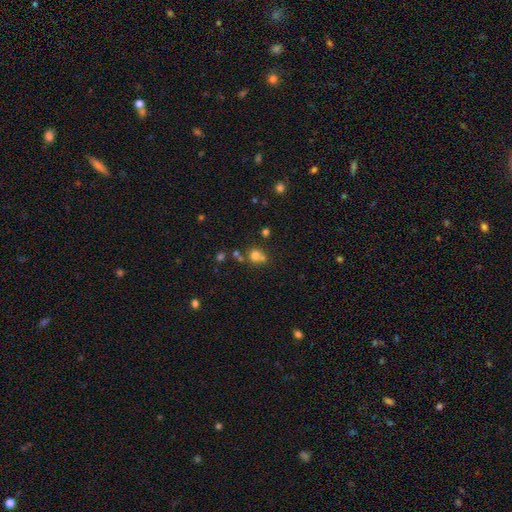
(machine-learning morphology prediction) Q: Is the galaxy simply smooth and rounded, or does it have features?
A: smooth — 70%.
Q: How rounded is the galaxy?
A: round — 83%.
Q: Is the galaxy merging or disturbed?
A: none — 50%.